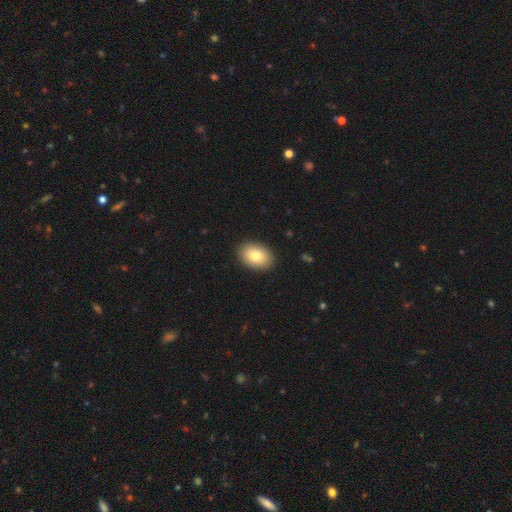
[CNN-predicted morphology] A smooth galaxy with no disk features (82%) that is in between round and cigar-shaped (85%). Merging: none (90%).